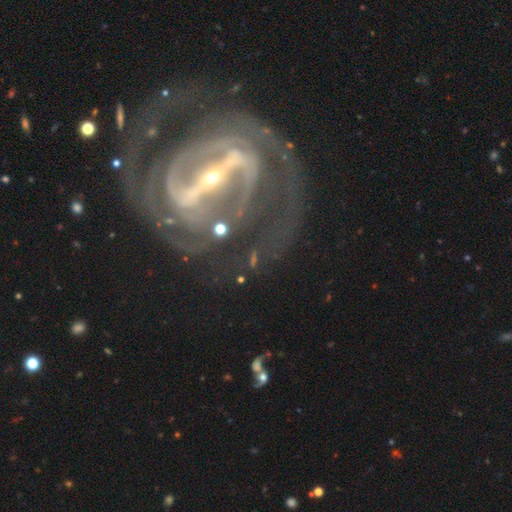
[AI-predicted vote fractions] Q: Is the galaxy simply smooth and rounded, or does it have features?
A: featured or disk — 92%.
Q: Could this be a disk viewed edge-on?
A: no — 95%.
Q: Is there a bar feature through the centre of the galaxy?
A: strong — 86%.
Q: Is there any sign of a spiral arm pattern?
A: yes — 96%.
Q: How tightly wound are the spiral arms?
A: tight — 52%.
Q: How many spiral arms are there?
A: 2 — 55%.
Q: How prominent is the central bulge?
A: small — 84%.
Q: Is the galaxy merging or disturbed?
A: none — 68%.